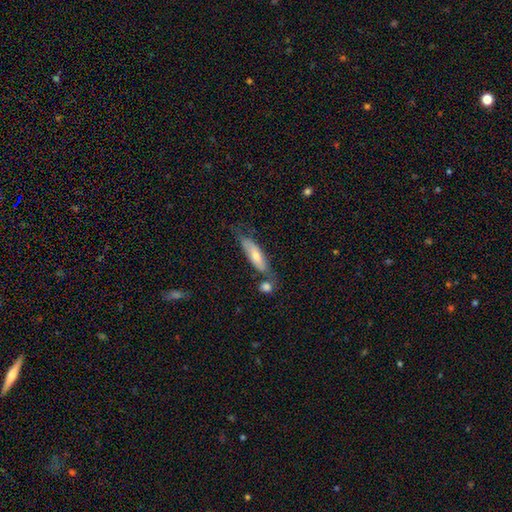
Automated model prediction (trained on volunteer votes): Morphology: type=smooth (55%); roundness=cigar-shaped (61%); merging=none (55%).